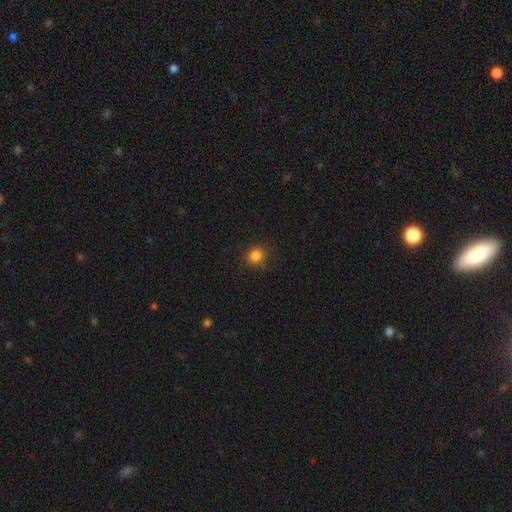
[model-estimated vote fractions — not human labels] smooth_or_featured: smooth (p=0.82) [alt: star or artifact p=0.13]
how_rounded: round (p=0.88) [alt: in between p=0.11]
merging: none (p=0.86) [alt: minor disturbance p=0.10]